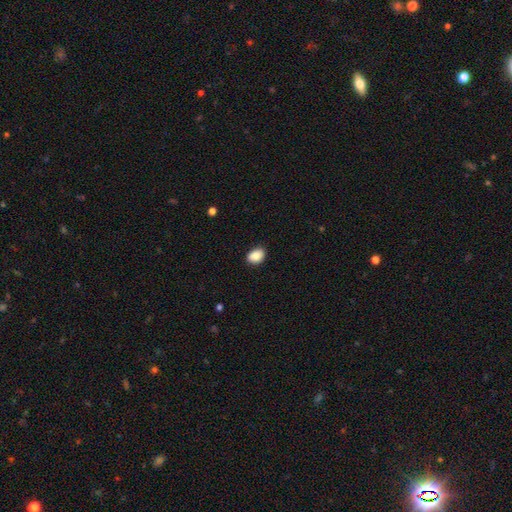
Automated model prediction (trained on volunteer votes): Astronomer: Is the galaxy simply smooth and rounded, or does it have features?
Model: smooth — 88%.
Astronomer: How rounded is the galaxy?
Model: in between — 75%.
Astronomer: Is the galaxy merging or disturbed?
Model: none — 85%.